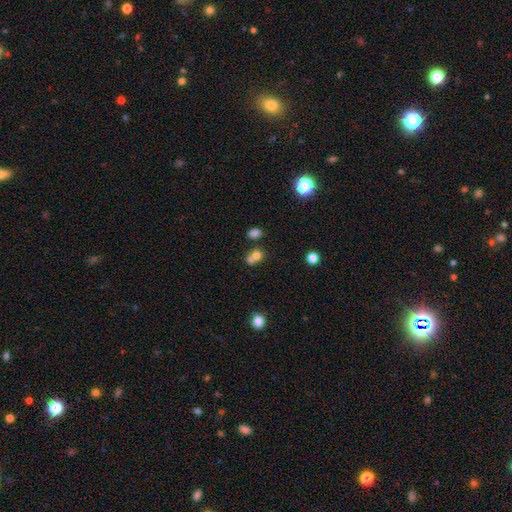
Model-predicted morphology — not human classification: A smooth galaxy with no disk features (73%) that is round (62%). Merging: merger (53%).